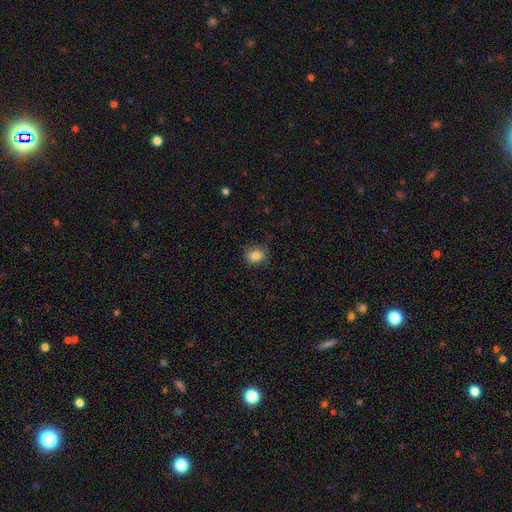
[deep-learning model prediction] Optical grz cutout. It shows a smooth galaxy with no disk features (84%) that is round (59%). Merging: none (78%).